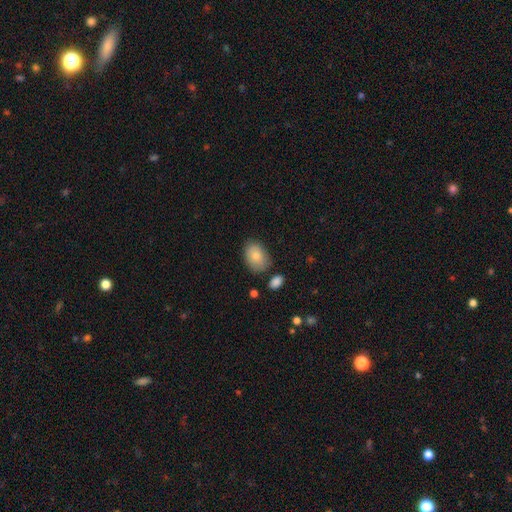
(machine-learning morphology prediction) The model was most divided on "merging": none: 73%, minor disturbance: 18%, merger: 4%, major disturbance: 4%. More confident: smooth or featured — smooth (83%); how rounded — in between (79%).